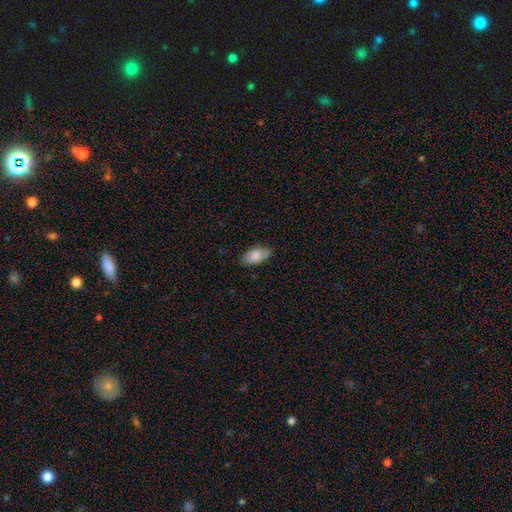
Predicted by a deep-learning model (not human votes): This is clearly a smooth galaxy (82%). How rounded: clearly in between (92%). Merging: likely none (79%).